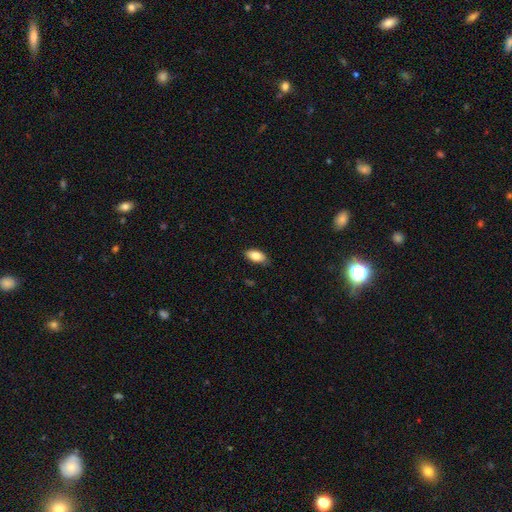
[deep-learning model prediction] Smooth or featured? smooth (82%)
How rounded? in between (91%)
Merging? none (82%)